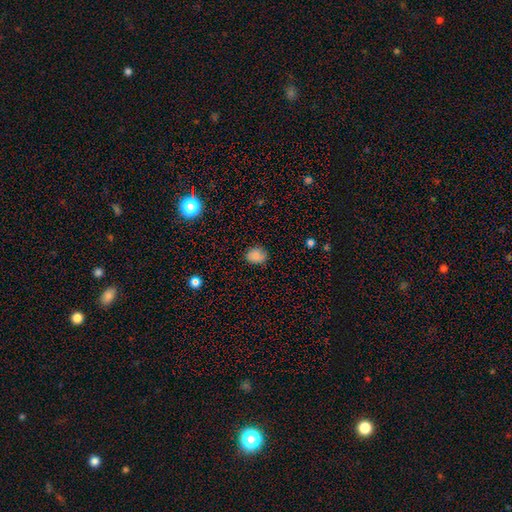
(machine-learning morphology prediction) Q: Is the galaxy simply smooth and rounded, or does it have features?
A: smooth — 80%.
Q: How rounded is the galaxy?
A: round — 60%.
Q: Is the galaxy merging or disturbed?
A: none — 79%.